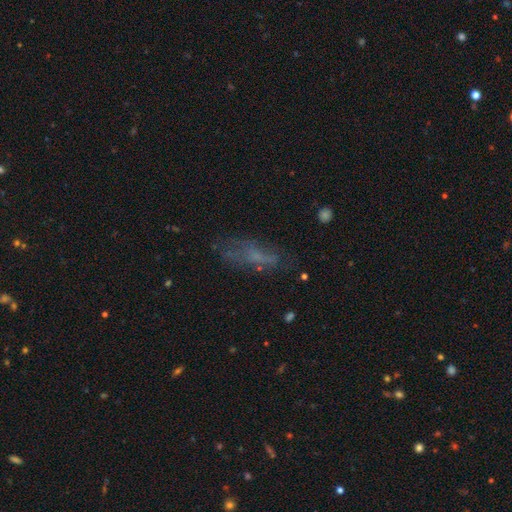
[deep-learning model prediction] Morphology: type=smooth (48%); merging=none (55%).